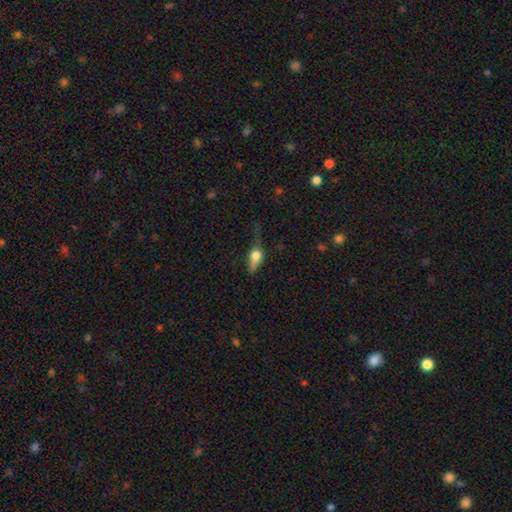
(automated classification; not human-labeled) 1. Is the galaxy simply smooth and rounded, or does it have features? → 52% smooth, 36% featured or disk, 12% star or artifact.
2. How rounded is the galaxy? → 59% in between, 23% cigar-shaped, 18% round.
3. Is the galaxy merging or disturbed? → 41% none, 31% minor disturbance, 25% major disturbance, 4% merger.